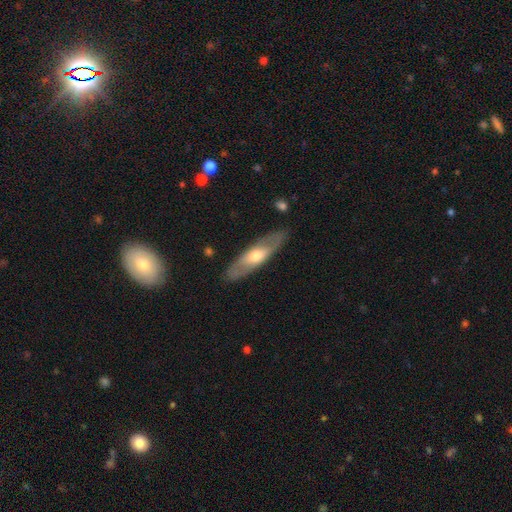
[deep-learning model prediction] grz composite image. It shows a featured or disk galaxy (54%). Merging: none (85%).